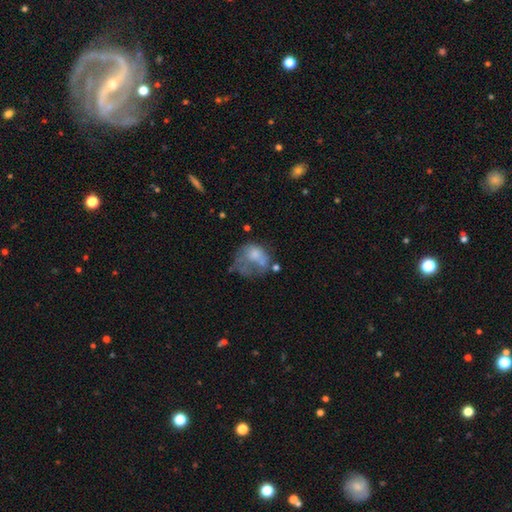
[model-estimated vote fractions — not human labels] smooth_or_featured: smooth (p=0.50) [alt: featured or disk p=0.38]
how_rounded: round (p=0.51) [alt: in between p=0.48]
merging: major disturbance (p=0.41) [alt: none p=0.23]